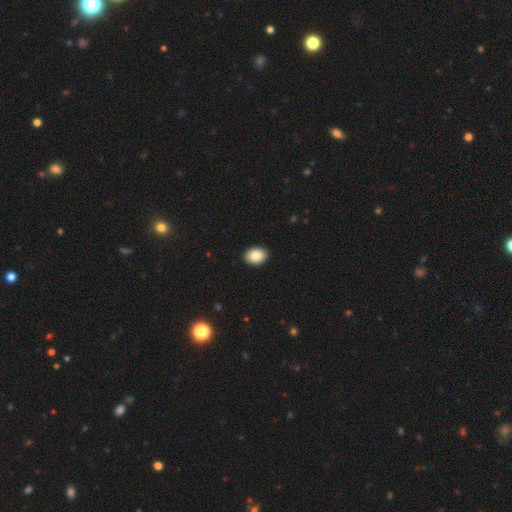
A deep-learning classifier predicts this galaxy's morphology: This appears to be a smooth galaxy with no disk features (86%) that is in between round and cigar-shaped (75%). Merging: none (92%).